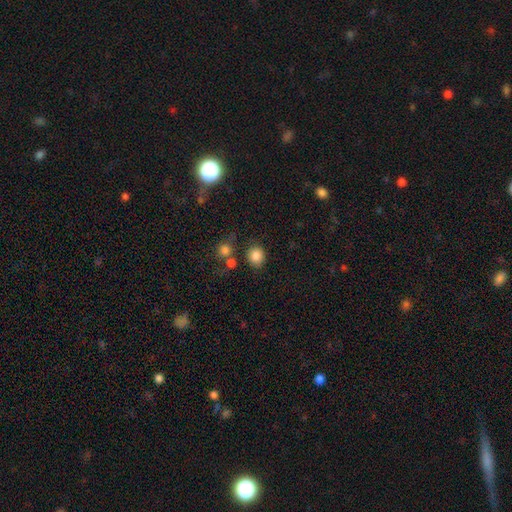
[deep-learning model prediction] Overall: smooth (85%). How rounded: round (79%). Merging: none (77%).